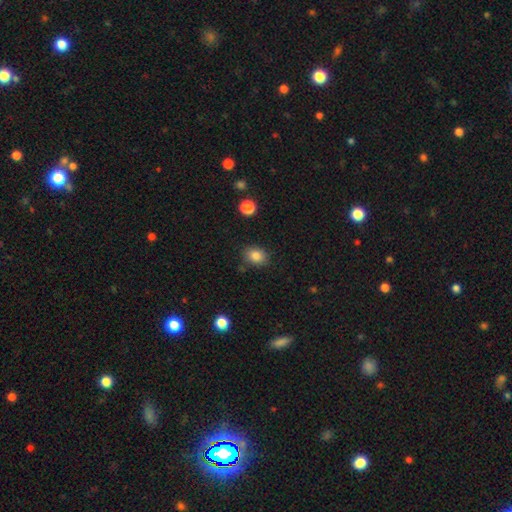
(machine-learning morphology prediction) Smooth or featured?
  - smooth: 84% *
  - star or artifact: 10%
  - featured or disk: 6%
How rounded?
  - in between: 58% *
  - round: 41%
  - cigar-shaped: 1%
Merging?
  - none: 81% *
  - minor disturbance: 13%
  - major disturbance: 3%
  - merger: 2%